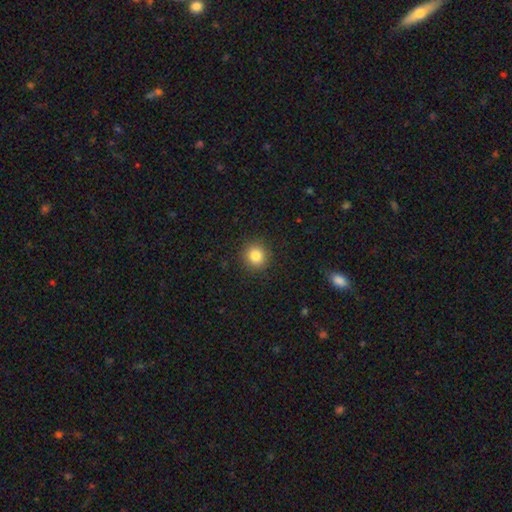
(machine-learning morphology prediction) This appears to be a smooth galaxy with no disk features (83%) that is round (90%). Merging: none (91%).